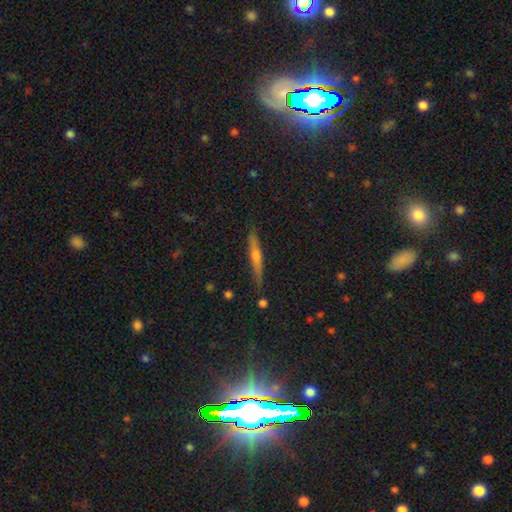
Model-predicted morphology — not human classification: Smooth or featured? featured or disk (58%)
Edge-on disk? yes (92%)
Edge-on bulge? rounded (76%)
Merging? none (83%)